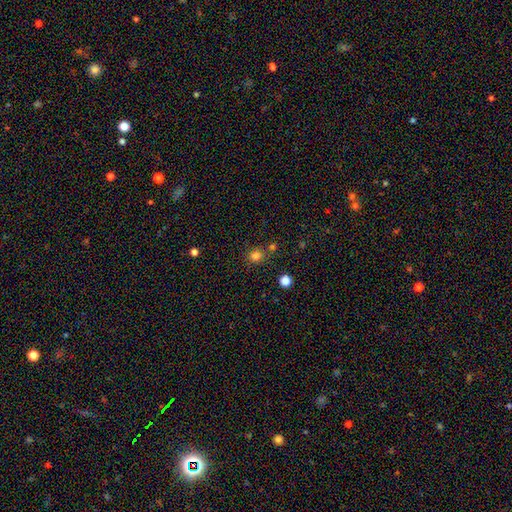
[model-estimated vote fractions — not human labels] Q: Smooth or featured?
A: smooth (80%); runner-up: star or artifact (15%)
Q: How rounded?
A: round (80%); runner-up: in between (19%)
Q: Merging?
A: none (71%); runner-up: merger (15%)